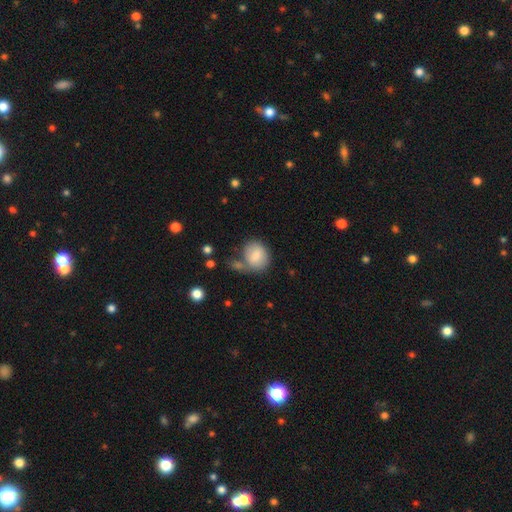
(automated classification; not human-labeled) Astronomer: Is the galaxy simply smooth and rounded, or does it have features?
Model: smooth — 81%.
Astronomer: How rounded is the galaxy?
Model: round — 61% (runner-up: in between, 38%).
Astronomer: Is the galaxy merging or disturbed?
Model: none — 50%.